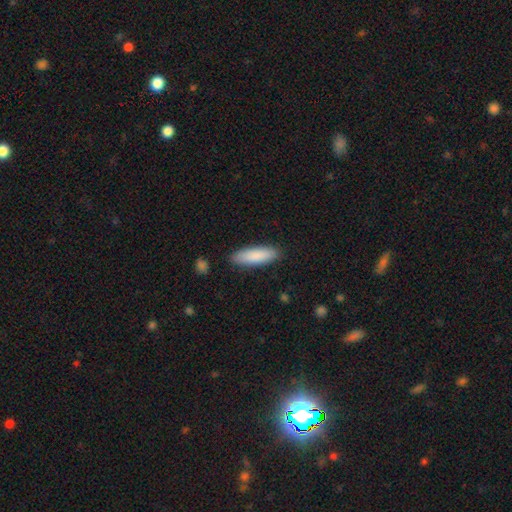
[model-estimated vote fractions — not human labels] smooth-or-featured: smooth: 87% | featured or disk: 7% | star or artifact: 5%
  how-rounded: cigar-shaped: 52% | in between: 47% | round: 1%
  merging: none: 87% | minor disturbance: 9% | major disturbance: 2% | merger: 1%